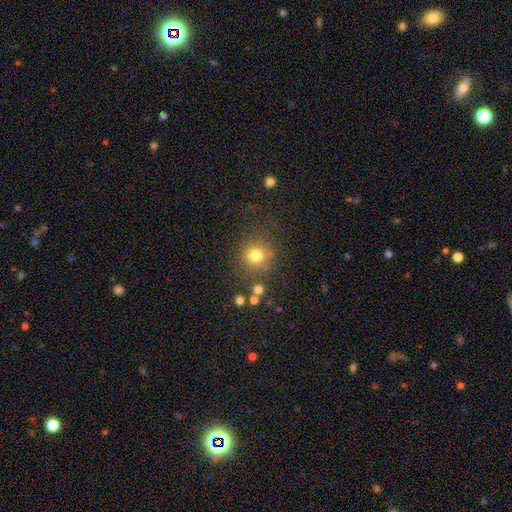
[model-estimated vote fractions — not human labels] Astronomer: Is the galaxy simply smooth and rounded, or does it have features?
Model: smooth — 77%.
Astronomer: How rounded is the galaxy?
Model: round — 91%.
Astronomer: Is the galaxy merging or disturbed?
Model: none — 79%.